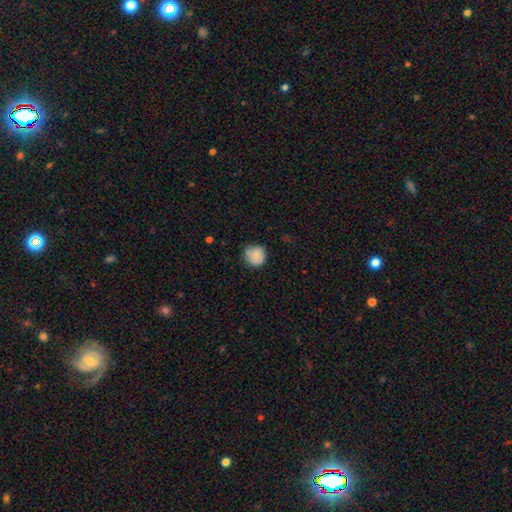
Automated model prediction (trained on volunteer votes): A smooth galaxy with no disk features (77%) that is round (90%). Merging: none (72%).